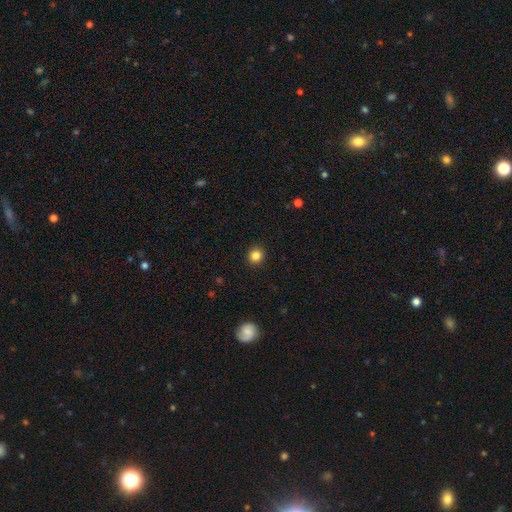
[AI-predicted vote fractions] Overall: smooth (85%). How rounded: round (90%). Merging: none (93%).